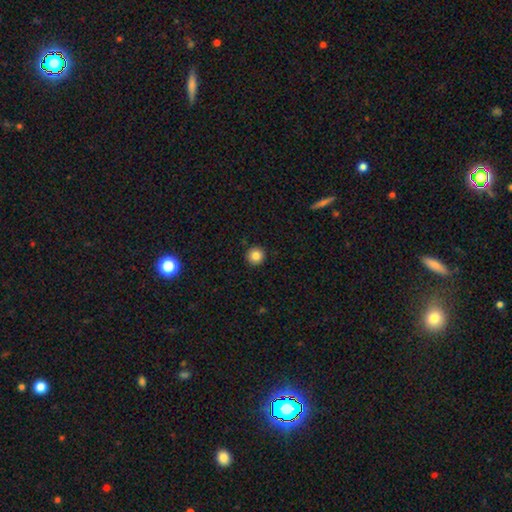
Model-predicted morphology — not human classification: smooth 85%, star or artifact 10%, featured or disk 5%. Down the decision tree: how rounded — round (96%); merging — none (93%).